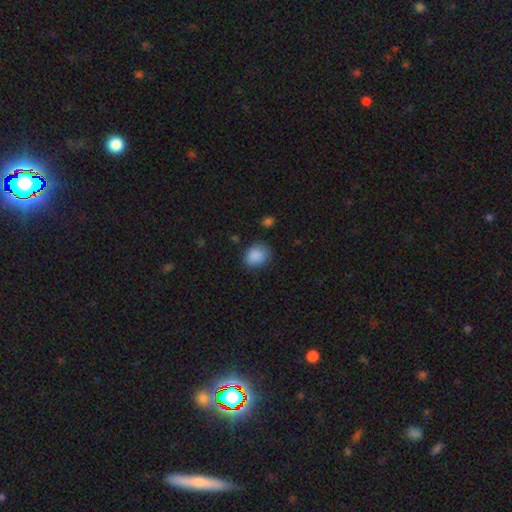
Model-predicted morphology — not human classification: smooth 87%, star or artifact 9%, featured or disk 4%. Down the decision tree: how rounded — round (56%); merging — none (71%).